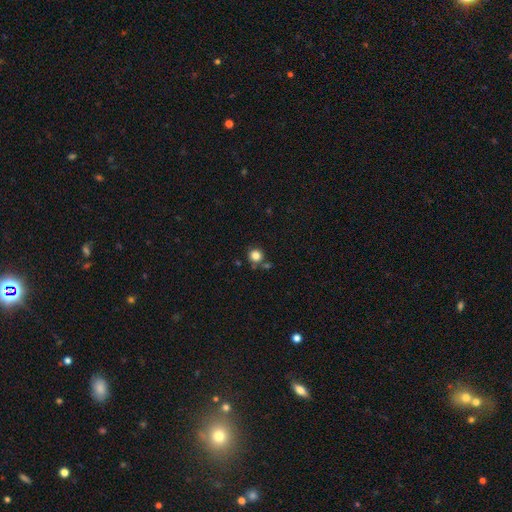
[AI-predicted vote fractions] Smooth or featured: smooth — 83% (star or artifact — 12%)
How rounded: round — 93% (in between — 6%)
Merging: none — 75% (minor disturbance — 11%)